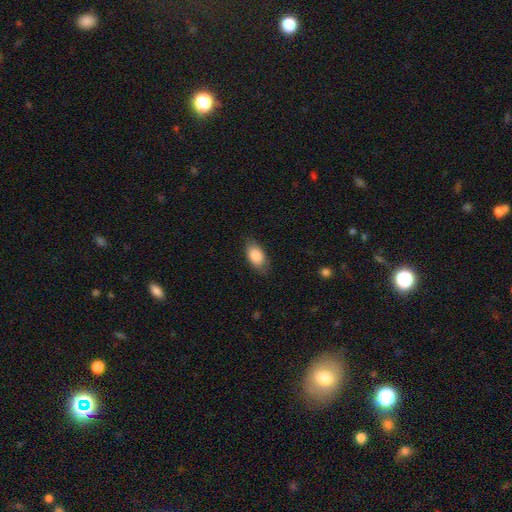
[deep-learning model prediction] Smooth or featured? smooth (87%)
How rounded? in between (91%)
Merging? none (79%)